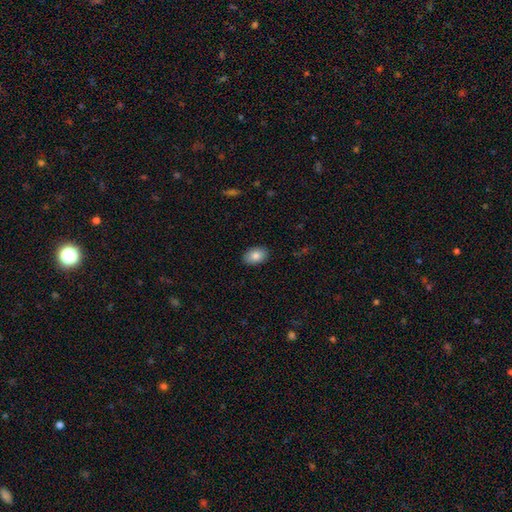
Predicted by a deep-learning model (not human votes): A smooth galaxy with no disk features (85%) that is in between round and cigar-shaped (87%).

Vote fractions:
- Smooth or featured? smooth: 85% / featured or disk: 8% / star or artifact: 7%
- How rounded? in between: 87% / round: 12% / cigar-shaped: 1%
- Merging? none: 89% / minor disturbance: 9% / major disturbance: 2% / merger: 1%